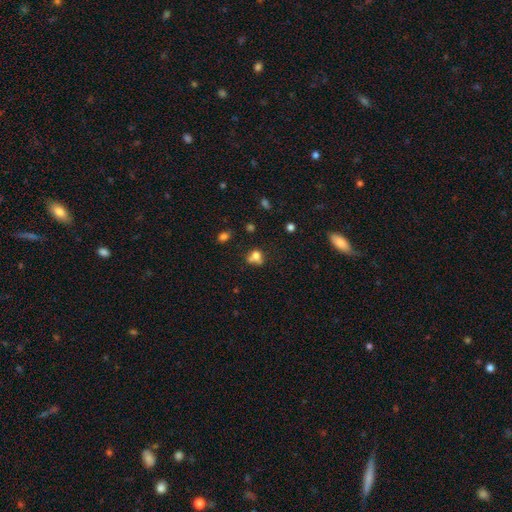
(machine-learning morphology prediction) This is likely a smooth galaxy (71%). How rounded: possibly round (56%). Merging: marginally merger (42%).